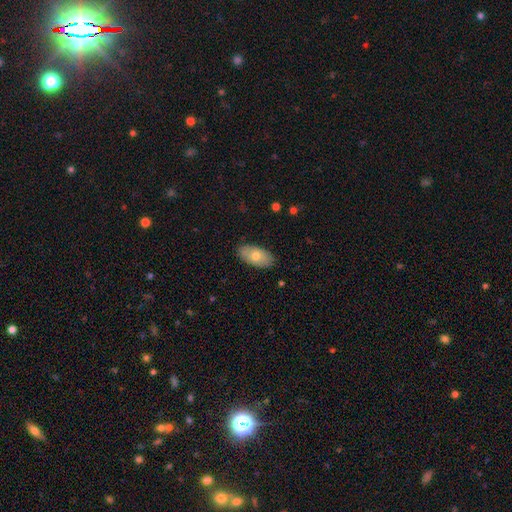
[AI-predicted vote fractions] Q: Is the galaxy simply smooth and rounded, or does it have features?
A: smooth — 73%.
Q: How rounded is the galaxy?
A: in between — 94%.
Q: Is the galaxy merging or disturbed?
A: none — 86%.